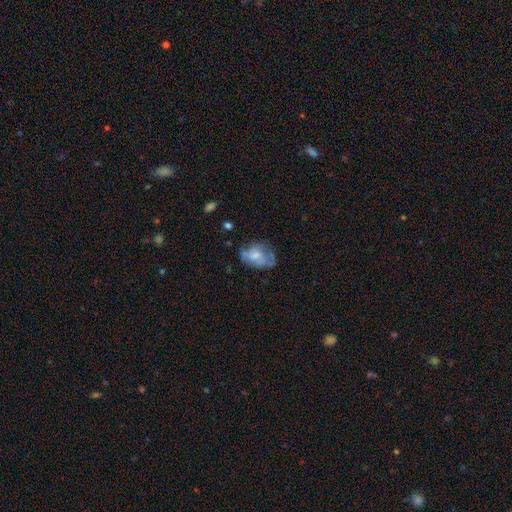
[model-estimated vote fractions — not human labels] Morphology: type=smooth (52%); roundness=in between (76%); merging=none (43%).